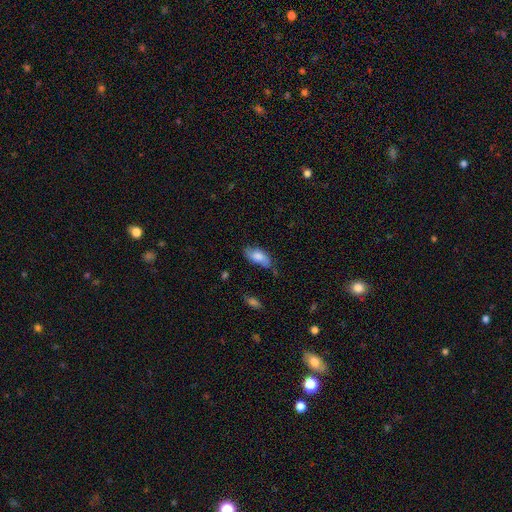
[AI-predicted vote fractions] This is likely a smooth galaxy (69%). How rounded: clearly in between (85%). Merging: likely none (60%).